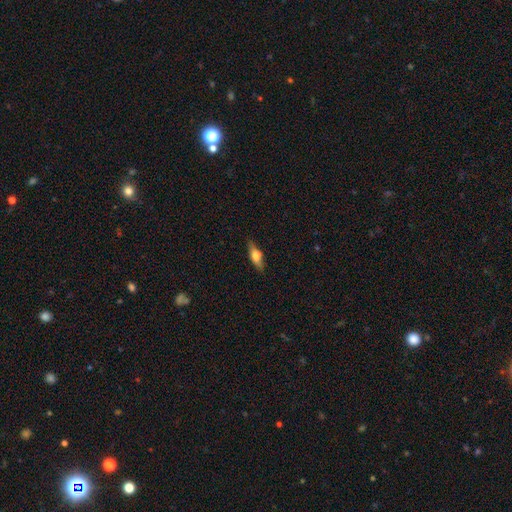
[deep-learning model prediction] The model was most divided on "how rounded": in between: 53%, cigar-shaped: 43%, round: 4%. More confident: merging — none (84%); smooth or featured — smooth (52%).